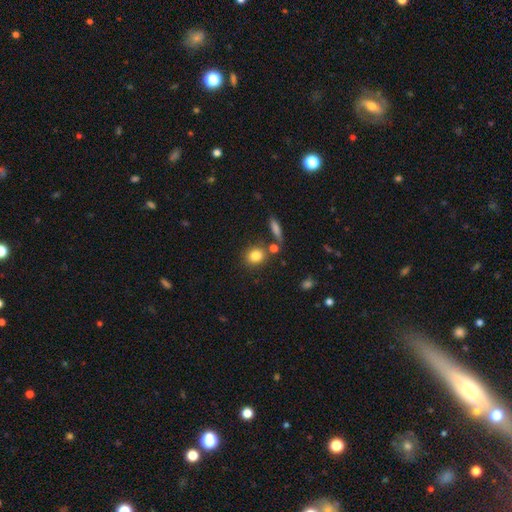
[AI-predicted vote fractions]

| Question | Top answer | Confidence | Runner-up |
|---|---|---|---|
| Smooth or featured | smooth | 82% | star or artifact (10%) |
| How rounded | round | 68% | in between (30%) |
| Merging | none | 70% | merger (15%) |